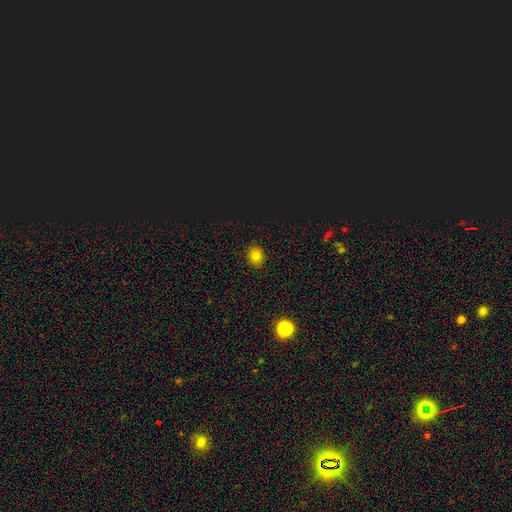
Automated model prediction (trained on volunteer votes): smooth 77%, star or artifact 16%, featured or disk 7%. Down the decision tree: how rounded — round (73%); merging — none (89%).